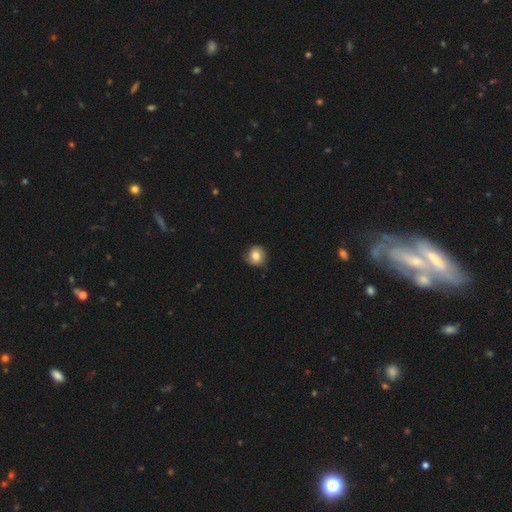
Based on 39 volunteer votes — This appears to be a smooth galaxy with no disk features (77%) that is round (87%). Merging: none (63%).